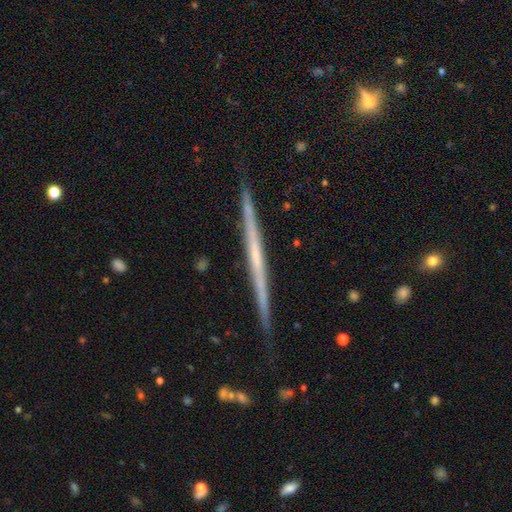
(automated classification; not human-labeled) Smooth or featured?
  - featured or disk: 70% *
  - smooth: 23%
  - star or artifact: 6%
Edge-on disk?
  - yes: 98% *
  - no: 2%
Edge-on bulge?
  - none: 81% *
  - rounded: 14%
  - boxy: 5%
Merging?
  - none: 88% *
  - minor disturbance: 9%
  - major disturbance: 1%
  - merger: 1%